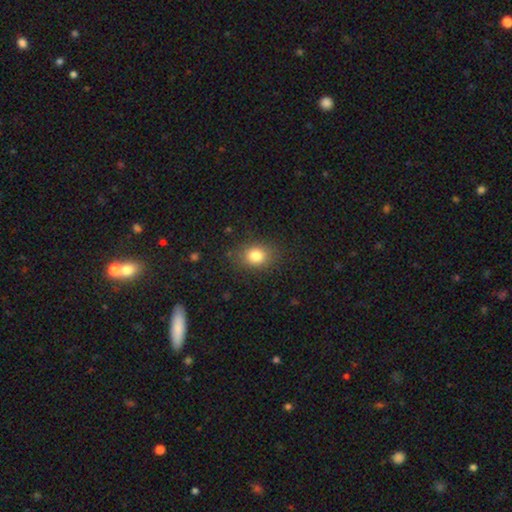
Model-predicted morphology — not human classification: Smooth or featured? Predicted: smooth (p=0.82). How rounded? Predicted: in between (p=0.53). Merging? Predicted: none (p=0.84).